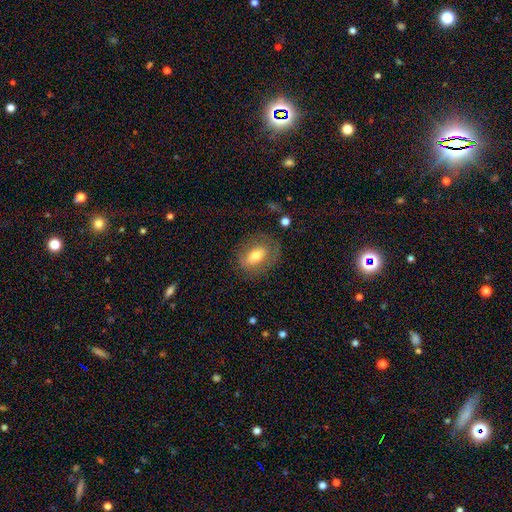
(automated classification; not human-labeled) This is possibly a smooth galaxy (56%). How rounded: likely in between (73%). Merging: likely none (71%).